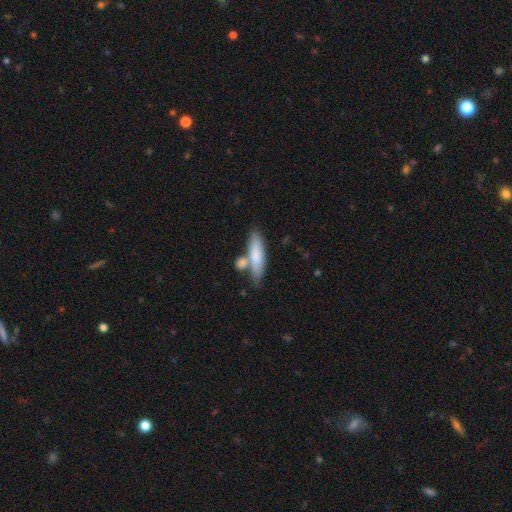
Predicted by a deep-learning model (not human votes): smooth 76%, featured or disk 18%, star or artifact 5%. Down the decision tree: how rounded — cigar-shaped (66%); merging — none (56%).